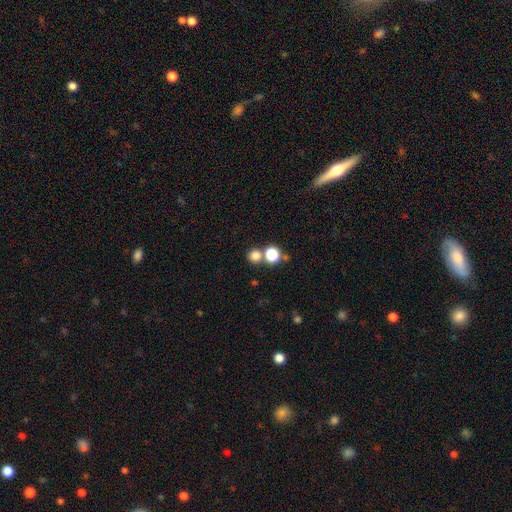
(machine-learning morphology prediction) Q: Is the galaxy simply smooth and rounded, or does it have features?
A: smooth — 77%.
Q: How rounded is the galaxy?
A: round — 90%.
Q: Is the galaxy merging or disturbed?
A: none — 63%.